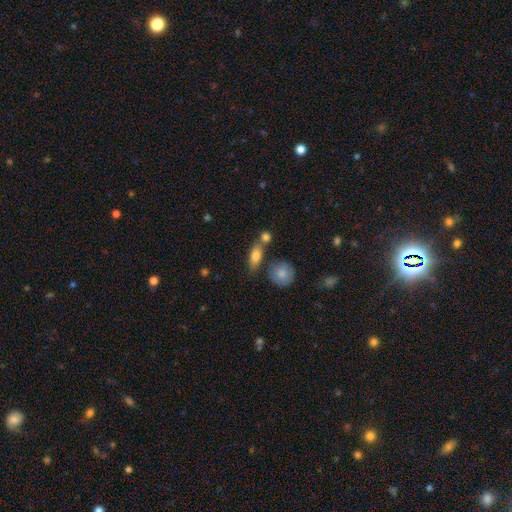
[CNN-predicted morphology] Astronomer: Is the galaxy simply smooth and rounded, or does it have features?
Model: smooth — 78%.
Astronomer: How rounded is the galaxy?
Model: in between — 70%.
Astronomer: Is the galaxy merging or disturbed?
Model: none — 60%.